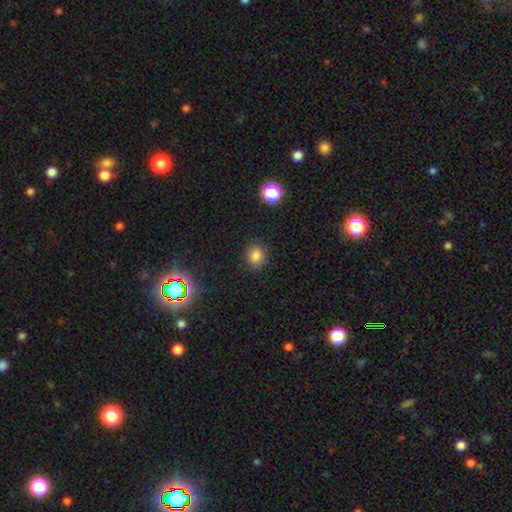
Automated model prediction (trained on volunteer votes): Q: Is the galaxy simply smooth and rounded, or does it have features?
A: smooth — 81%.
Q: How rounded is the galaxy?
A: round — 64%.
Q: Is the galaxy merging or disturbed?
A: none — 88%.